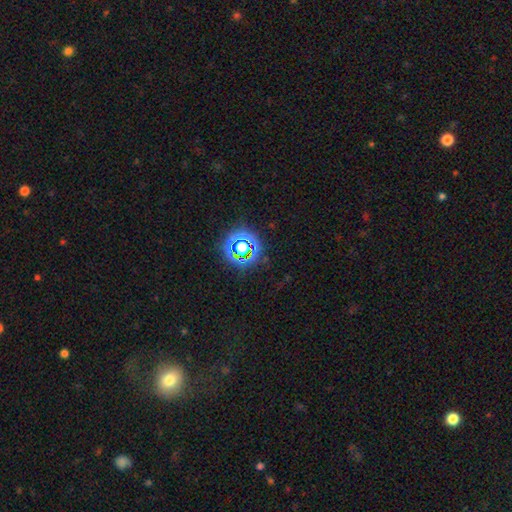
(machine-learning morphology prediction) The model was most divided on "smooth or featured": star or artifact: 71%, smooth: 20%, featured or disk: 9%.